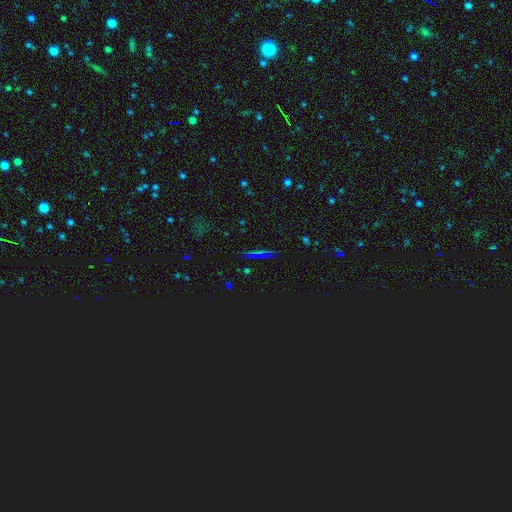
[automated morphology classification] The model was most divided on "smooth or featured": star or artifact: 53%, smooth: 32%, featured or disk: 15%.